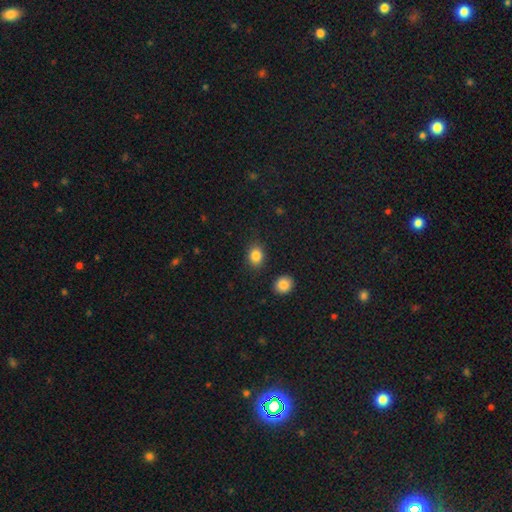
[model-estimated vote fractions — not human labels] Q: Smooth or featured?
A: smooth (86%); runner-up: star or artifact (9%)
Q: How rounded?
A: in between (52%); runner-up: round (47%)
Q: Merging?
A: none (84%); runner-up: minor disturbance (10%)